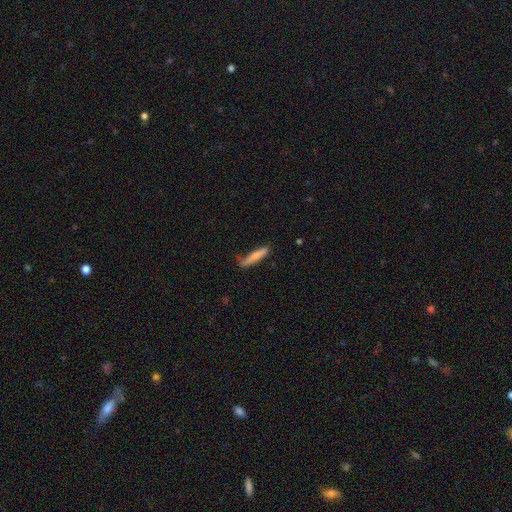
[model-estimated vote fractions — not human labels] smooth-or-featured: smooth: 77% | featured or disk: 17% | star or artifact: 6%
  how-rounded: cigar-shaped: 88% | in between: 10% | round: 1%
  merging: none: 62% | minor disturbance: 27% | major disturbance: 7% | merger: 4%